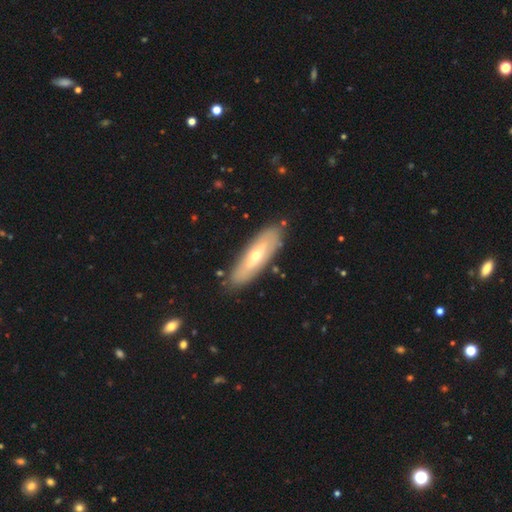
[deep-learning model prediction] featured or disk 54%, smooth 40%, star or artifact 6%. Down the decision tree: edge-on disk — no (59%); merging — none (84%).